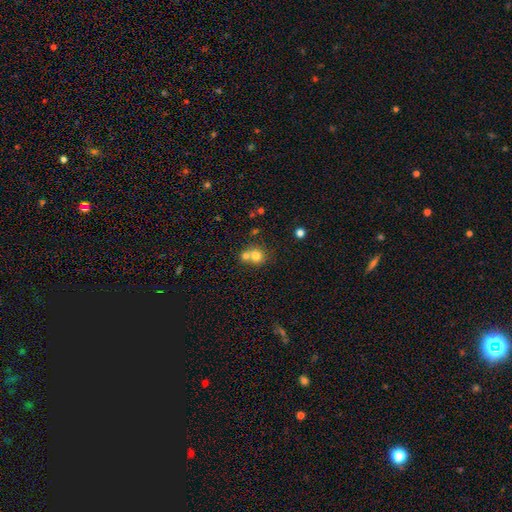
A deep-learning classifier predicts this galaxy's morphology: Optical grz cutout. It shows a smooth galaxy with no disk features (74%) that is round (83%). Merging: merger (54%).